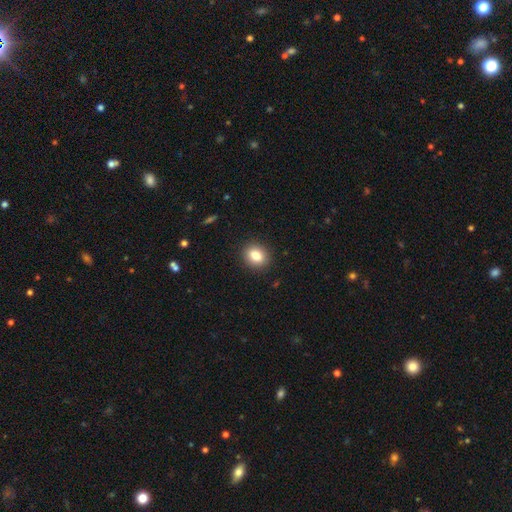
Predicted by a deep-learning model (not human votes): This appears to be a smooth galaxy with no disk features (83%) that is round (56%). Merging: none (90%).